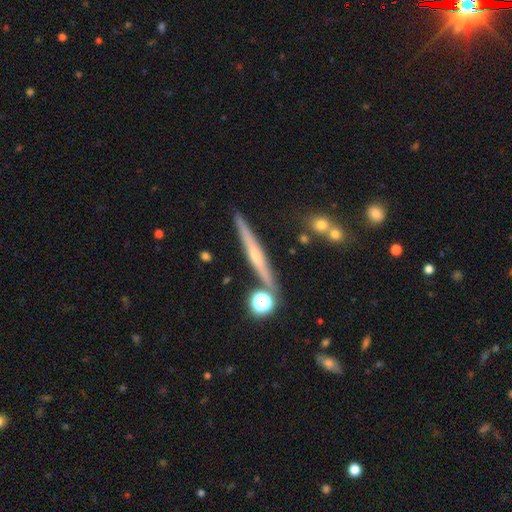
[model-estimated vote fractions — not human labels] Smooth or featured: featured or disk — 67% (smooth — 24%)
Edge-on disk: yes — 97% (no — 3%)
Edge-on bulge: rounded — 56% (none — 35%)
Merging: none — 84% (minor disturbance — 9%)